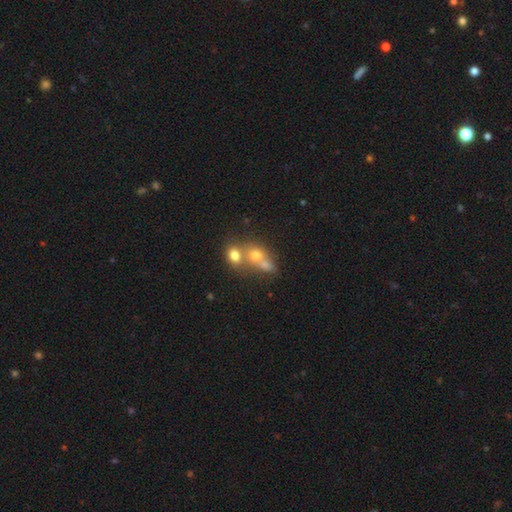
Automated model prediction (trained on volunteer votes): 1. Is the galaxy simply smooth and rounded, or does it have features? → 62% smooth, 21% featured or disk, 17% star or artifact.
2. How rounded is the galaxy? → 66% round, 31% in between, 2% cigar-shaped.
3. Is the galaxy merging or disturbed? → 62% merger, 27% none, 7% minor disturbance, 4% major disturbance.